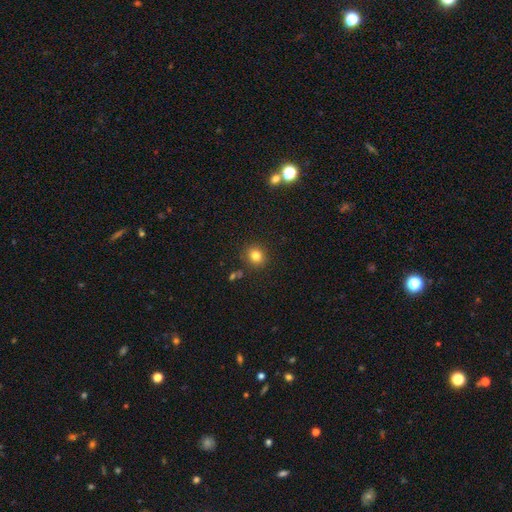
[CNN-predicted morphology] Smooth or featured? smooth (81%)
How rounded? round (82%)
Merging? none (87%)